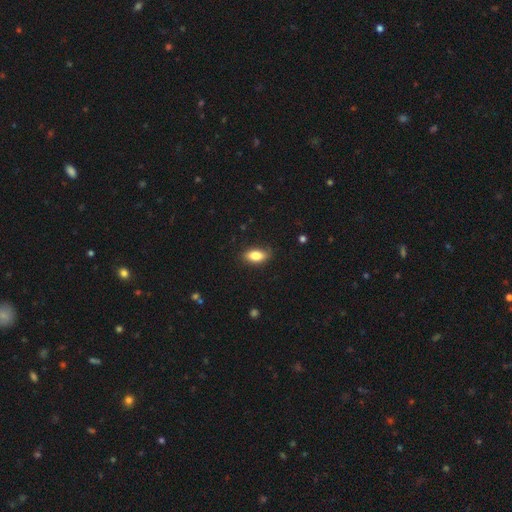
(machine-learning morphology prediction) type=smooth (83%); roundness=in between (88%); merging=none (79%).